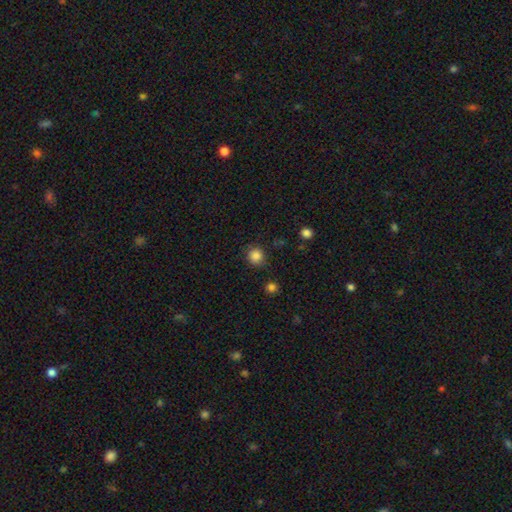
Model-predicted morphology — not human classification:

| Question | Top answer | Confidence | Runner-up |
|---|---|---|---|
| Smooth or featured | smooth | 85% | star or artifact (11%) |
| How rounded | round | 90% | in between (9%) |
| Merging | none | 84% | minor disturbance (10%) |